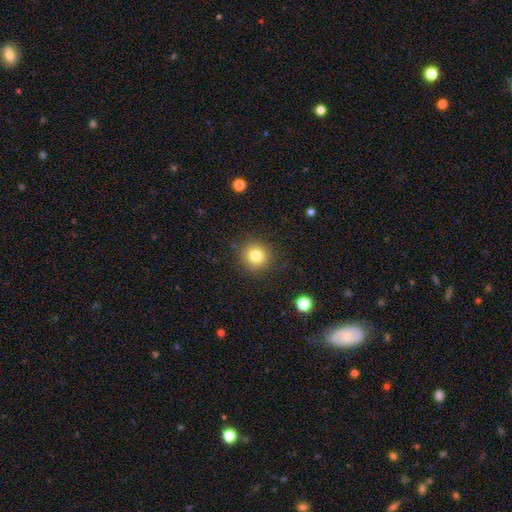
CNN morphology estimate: This is clearly a smooth galaxy (81%). How rounded: clearly round (91%). Merging: clearly none (87%).